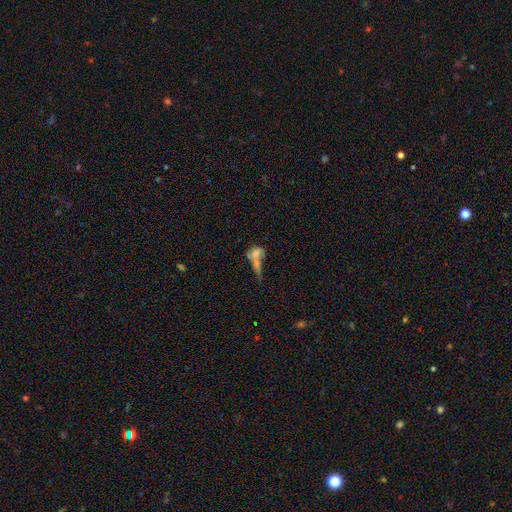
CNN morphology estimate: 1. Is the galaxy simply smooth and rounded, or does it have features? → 54% smooth, 31% featured or disk, 16% star or artifact.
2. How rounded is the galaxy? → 65% in between, 20% round, 16% cigar-shaped.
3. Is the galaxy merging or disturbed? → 53% merger, 19% none, 18% major disturbance, 10% minor disturbance.